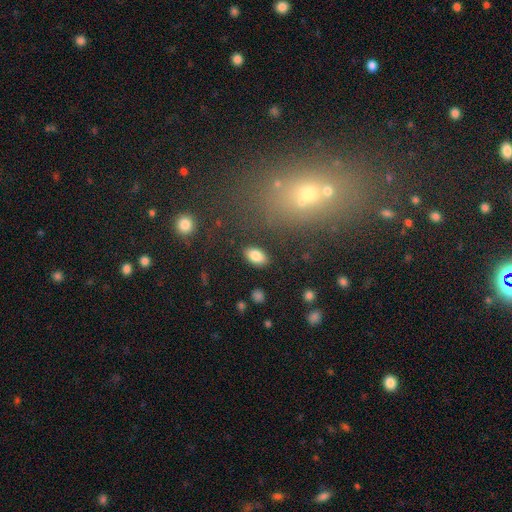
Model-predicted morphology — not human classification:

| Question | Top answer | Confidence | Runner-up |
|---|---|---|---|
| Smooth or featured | smooth | 84% | star or artifact (8%) |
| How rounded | in between | 93% | round (5%) |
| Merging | none | 87% | minor disturbance (9%) |